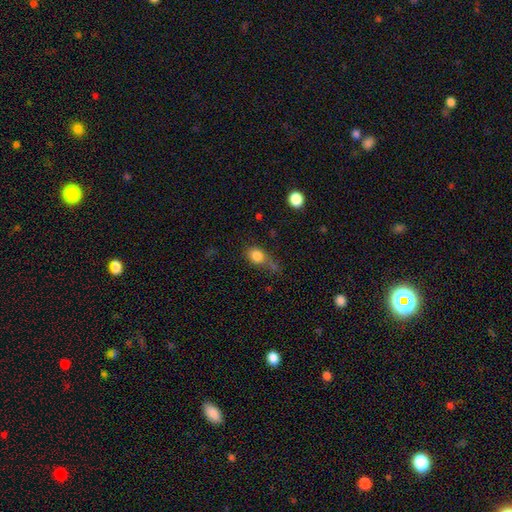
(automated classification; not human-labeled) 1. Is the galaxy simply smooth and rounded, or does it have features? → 81% smooth, 10% star or artifact, 9% featured or disk.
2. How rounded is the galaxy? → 50% round, 47% in between, 3% cigar-shaped.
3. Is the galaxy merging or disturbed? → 41% none, 28% minor disturbance, 20% major disturbance, 11% merger.